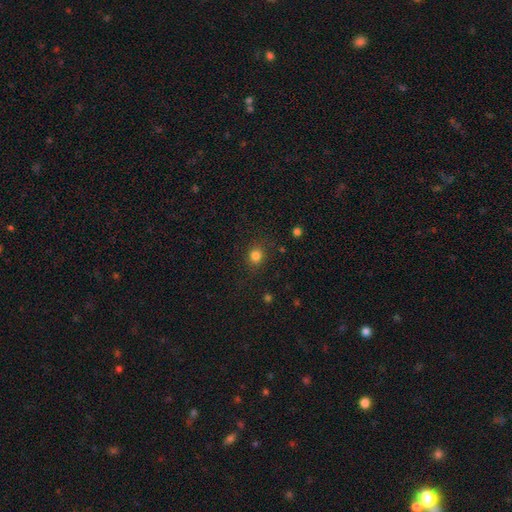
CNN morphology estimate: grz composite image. It shows a smooth galaxy with no disk features (82%) that is round (84%). Merging: none (86%).